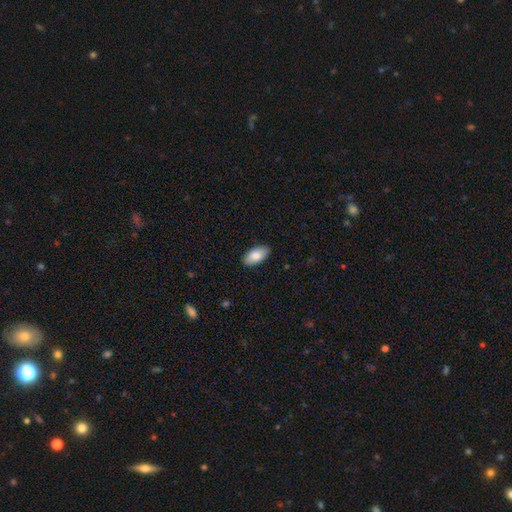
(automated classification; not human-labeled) Smooth or featured? Predicted: smooth (p=0.84). How rounded? Predicted: in between (p=0.94). Merging? Predicted: none (p=0.89).